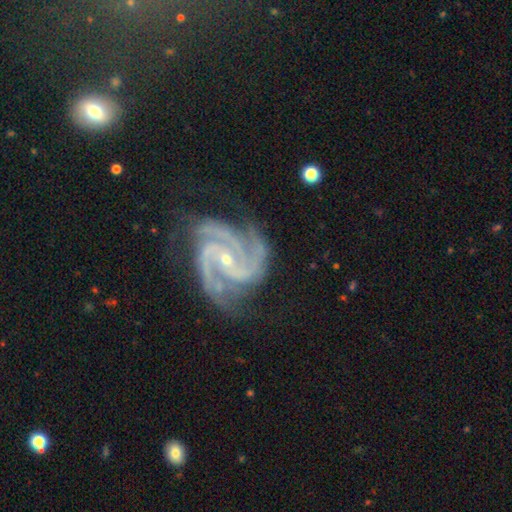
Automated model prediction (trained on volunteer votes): smooth-or-featured: featured or disk: 94% | star or artifact: 4% | smooth: 2%
  disk-edge-on: no: 98% | yes: 2%
    bar: no: 50% | weak: 32% | strong: 18%
    has-spiral-arms: yes: 99% | no: 1%
      spiral-winding: tight: 52% | medium: 44% | loose: 4%
      spiral-arm-count: 3: 54% | 4: 20% | 2: 11% | can't tell: 6% | more than 4: 5% | 1: 5%
    bulge-size: small: 74% | moderate: 23% | none: 1% | large: 1% | dominant: 1%
  merging: none: 70% | minor disturbance: 21% | major disturbance: 8% | merger: 2%